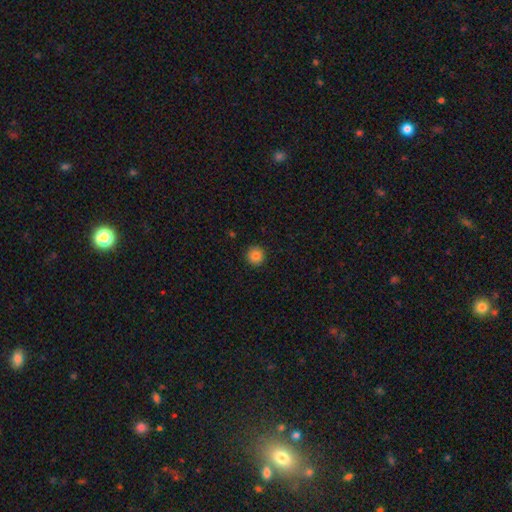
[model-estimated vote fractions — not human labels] Smooth or featured? smooth (84%)
How rounded? round (95%)
Merging? none (92%)